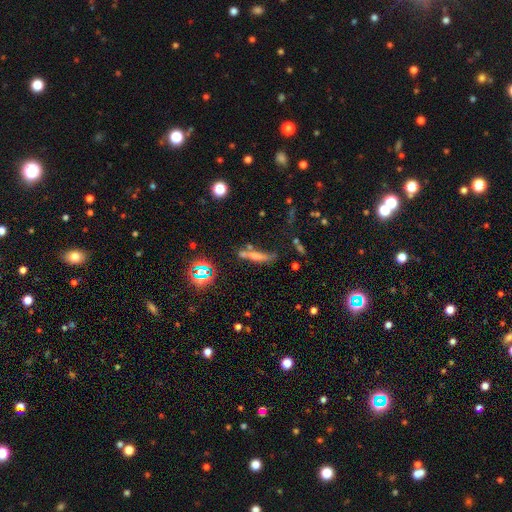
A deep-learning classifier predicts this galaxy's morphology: Smooth or featured? Predicted: smooth (p=0.58). How rounded? Predicted: cigar-shaped (p=0.79). Merging? Predicted: none (p=0.52).